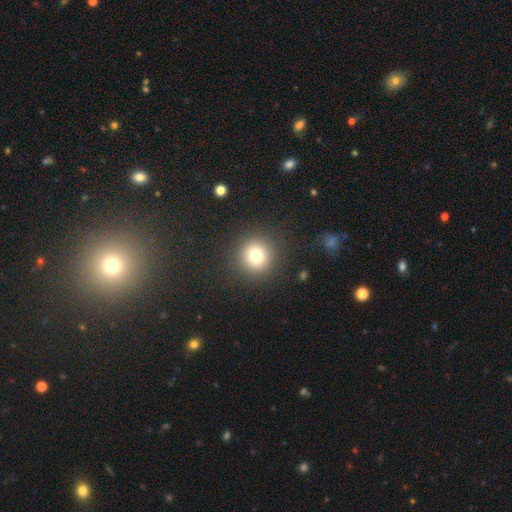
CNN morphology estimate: Q: Smooth or featured?
A: smooth (77%); runner-up: star or artifact (14%)
Q: How rounded?
A: round (94%); runner-up: in between (5%)
Q: Merging?
A: none (90%); runner-up: minor disturbance (6%)